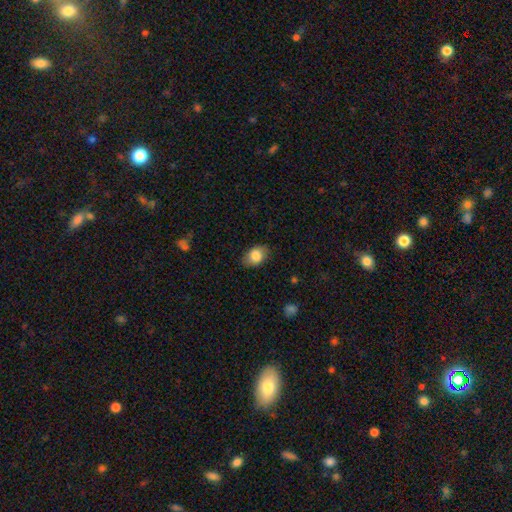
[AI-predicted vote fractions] Smooth or featured?
  - smooth: 83% *
  - featured or disk: 9%
  - star or artifact: 8%
How rounded?
  - in between: 75% *
  - round: 24%
  - cigar-shaped: 1%
Merging?
  - none: 80% *
  - minor disturbance: 15%
  - major disturbance: 3%
  - merger: 1%